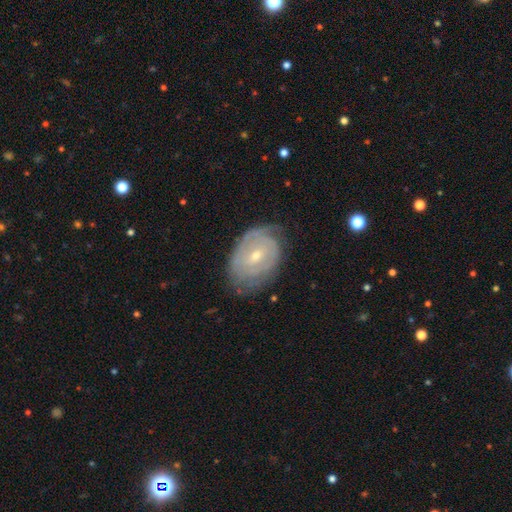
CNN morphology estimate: Smooth or featured?
  - featured or disk: 75% *
  - smooth: 18%
  - star or artifact: 7%
Edge-on disk?
  - no: 95% *
  - yes: 5%
Bar?
  - weak: 45% *
  - no: 44%
  - strong: 12%
Spiral arms?
  - yes: 82% *
  - no: 18%
Spiral winding?
  - tight: 71% *
  - medium: 22%
  - loose: 7%
Spiral arm count?
  - can't tell: 51% *
  - 2: 28%
  - 3: 8%
  - 1: 5%
  - 4: 4%
  - more than 4: 3%
Bulge size?
  - small: 61% *
  - moderate: 36%
  - large: 1%
  - none: 1%
  - dominant: 1%
Merging?
  - none: 66% *
  - minor disturbance: 24%
  - major disturbance: 9%
  - merger: 1%